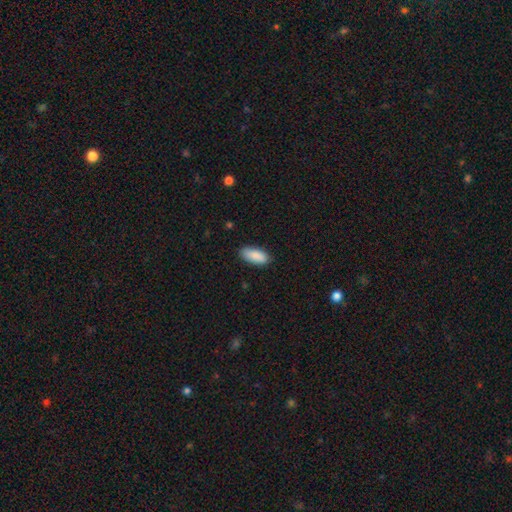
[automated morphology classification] smooth_or_featured: smooth (p=0.90) [alt: star or artifact p=0.06]
how_rounded: in between (p=0.86) [alt: cigar-shaped p=0.12]
merging: none (p=0.85) [alt: minor disturbance p=0.12]